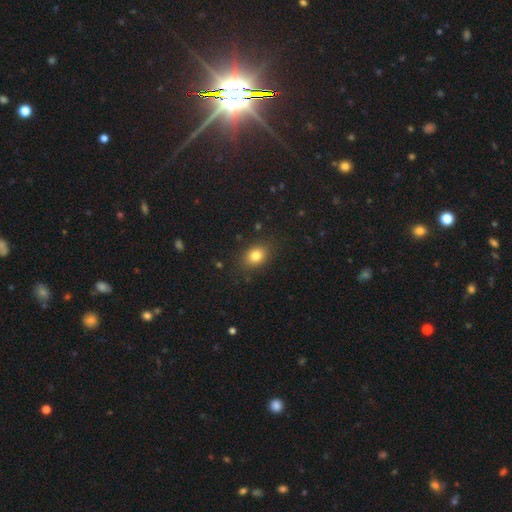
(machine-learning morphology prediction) Overall: smooth (82%). How rounded: in between (62%; round 37%). Merging: none (85%).